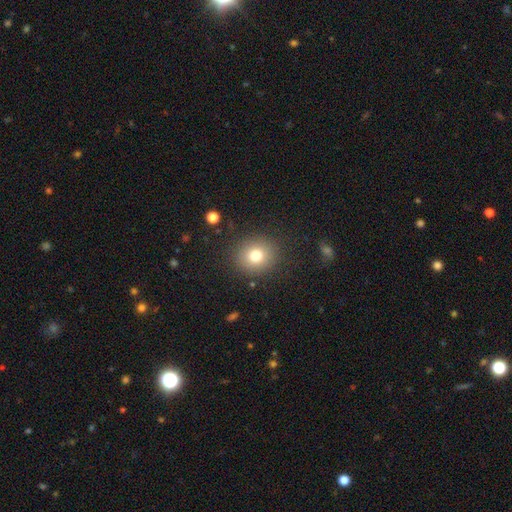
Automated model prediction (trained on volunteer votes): Smooth or featured: smooth — 77% (star or artifact — 12%)
How rounded: round — 85% (in between — 14%)
Merging: none — 88% (minor disturbance — 8%)